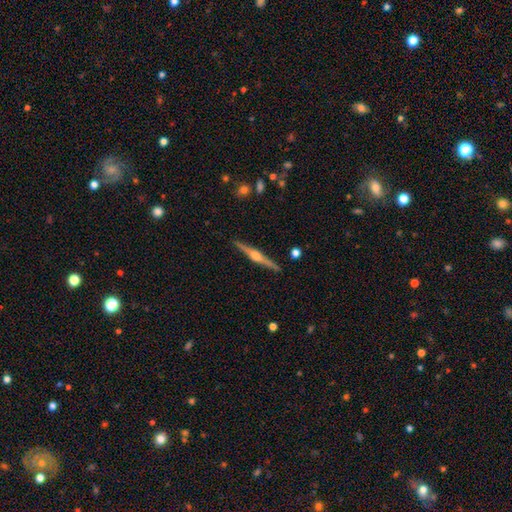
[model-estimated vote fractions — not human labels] Smooth or featured?
  - featured or disk: 84% *
  - smooth: 11%
  - star or artifact: 5%
Edge-on disk?
  - yes: 99% *
  - no: 1%
Edge-on bulge?
  - rounded: 93% *
  - boxy: 5%
  - none: 3%
Merging?
  - none: 92% *
  - minor disturbance: 6%
  - major disturbance: 1%
  - merger: 1%